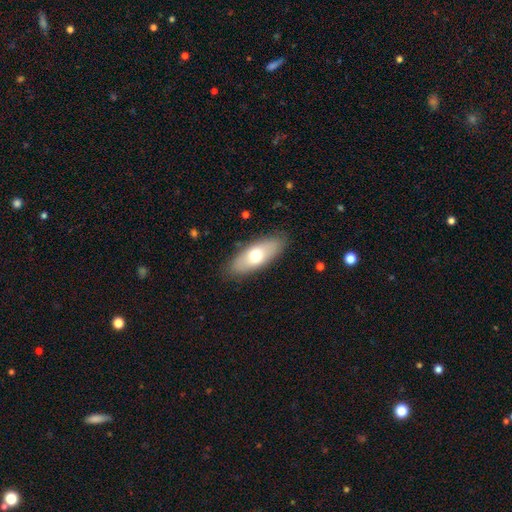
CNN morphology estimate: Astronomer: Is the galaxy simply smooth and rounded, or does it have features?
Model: smooth — 67%.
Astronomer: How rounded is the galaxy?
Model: in between — 77%.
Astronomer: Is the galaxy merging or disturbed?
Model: none — 85%.